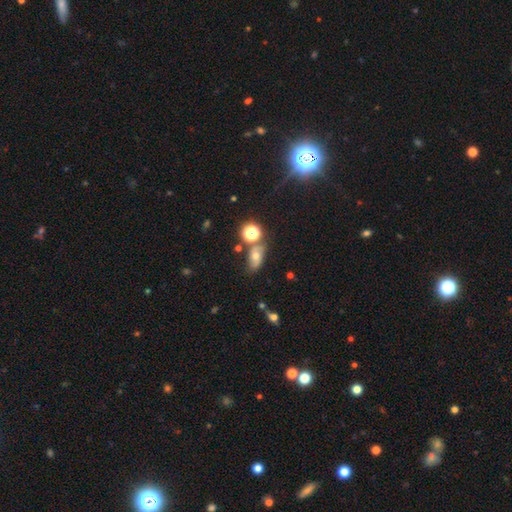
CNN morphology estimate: The model was most divided on "smooth or featured": smooth: 47%, featured or disk: 28%, star or artifact: 25%. More confident: merging — none (61%).